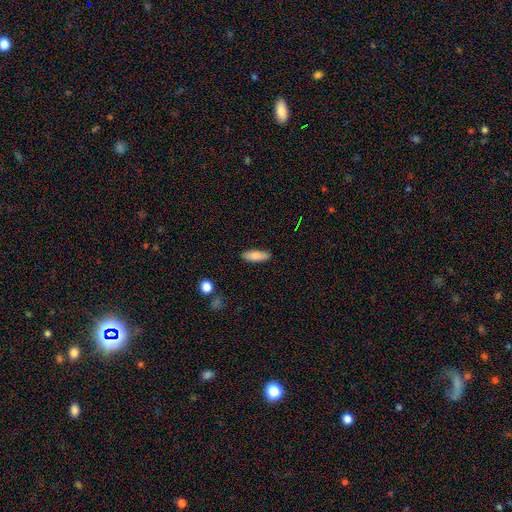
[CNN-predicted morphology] This appears to be a smooth galaxy with no disk features (81%) that is in between round and cigar-shaped (58%). Merging: none (83%).